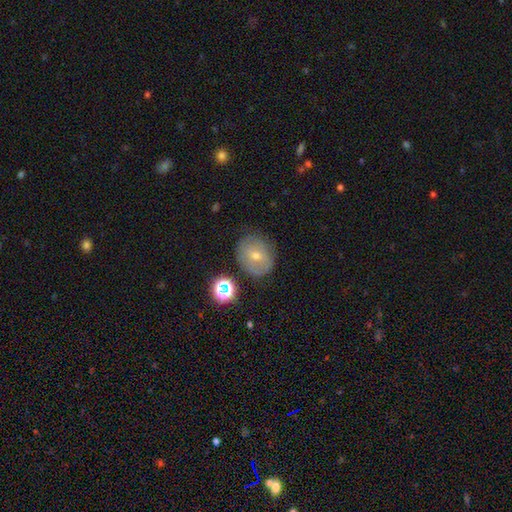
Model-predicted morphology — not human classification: smooth_or_featured: smooth (p=0.49) [alt: featured or disk p=0.36]
merging: none (p=0.74) [alt: minor disturbance p=0.17]